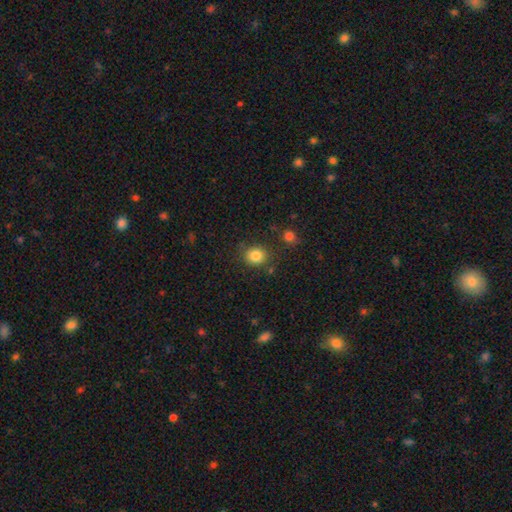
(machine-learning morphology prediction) smooth_or_featured: smooth (p=0.84) [alt: star or artifact p=0.11]
how_rounded: round (p=0.80) [alt: in between p=0.19]
merging: none (p=0.82) [alt: minor disturbance p=0.10]